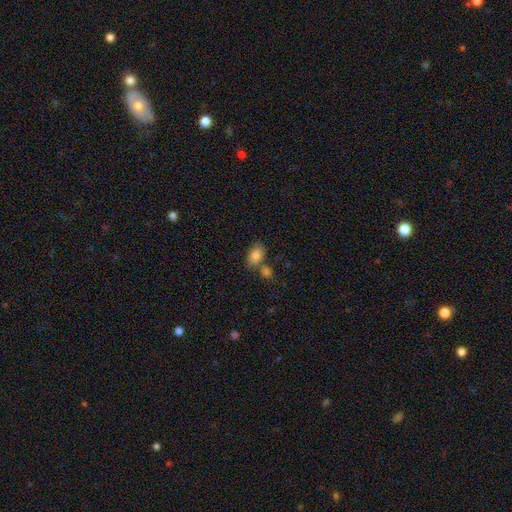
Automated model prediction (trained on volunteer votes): Q: Smooth or featured?
A: smooth (83%); runner-up: featured or disk (9%)
Q: How rounded?
A: in between (85%); runner-up: round (13%)
Q: Merging?
A: none (59%); runner-up: merger (22%)